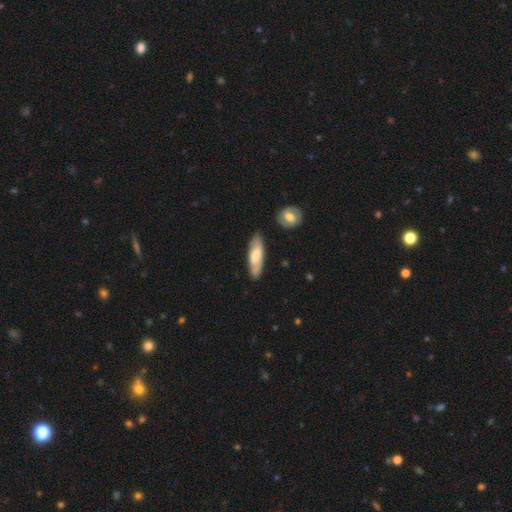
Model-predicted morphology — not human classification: A smooth galaxy with no disk features (55%) that is cigar-shaped (53%).

Vote fractions:
- Smooth or featured? smooth: 55% / featured or disk: 39% / star or artifact: 5%
- How rounded? cigar-shaped: 53% / in between: 45% / round: 2%
- Merging? none: 79% / minor disturbance: 15% / merger: 3% / major disturbance: 3%